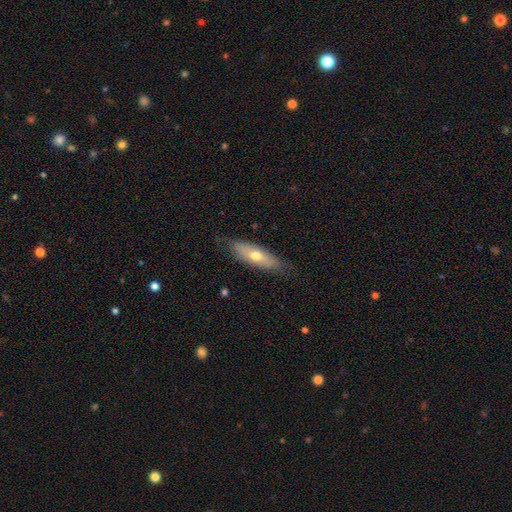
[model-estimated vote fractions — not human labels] Overall: smooth (54%; featured or disk 39%). How rounded: in between (52%; cigar-shaped 45%). Merging: none (78%).